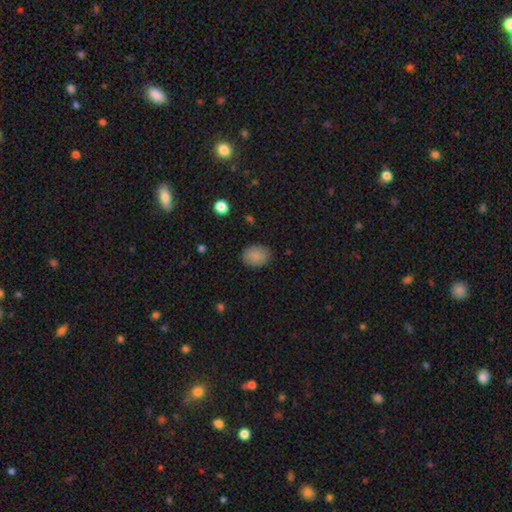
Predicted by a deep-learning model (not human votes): Smooth or featured? smooth (87%)
How rounded? in between (59%)
Merging? none (85%)